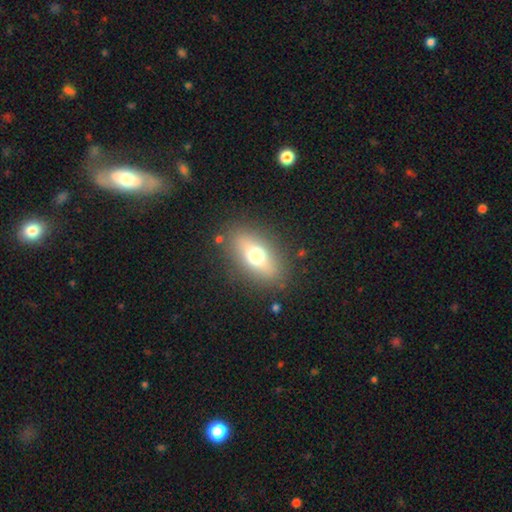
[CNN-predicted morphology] smooth-or-featured: smooth: 60% | featured or disk: 30% | star or artifact: 11%
  how-rounded: in between: 76% | round: 12% | cigar-shaped: 12%
  merging: none: 85% | minor disturbance: 9% | major disturbance: 4% | merger: 2%